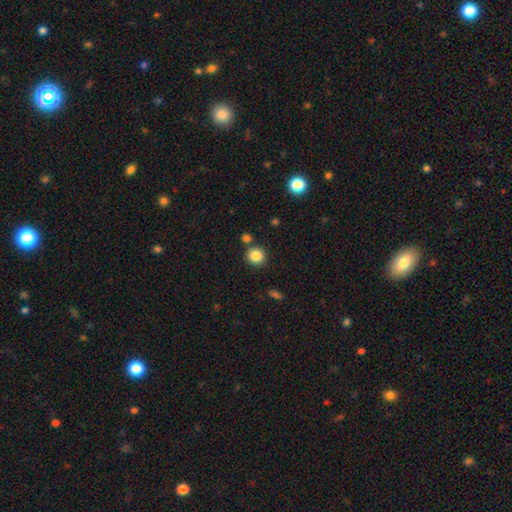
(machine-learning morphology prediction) type=smooth (85%); roundness=round (88%); merging=none (80%).